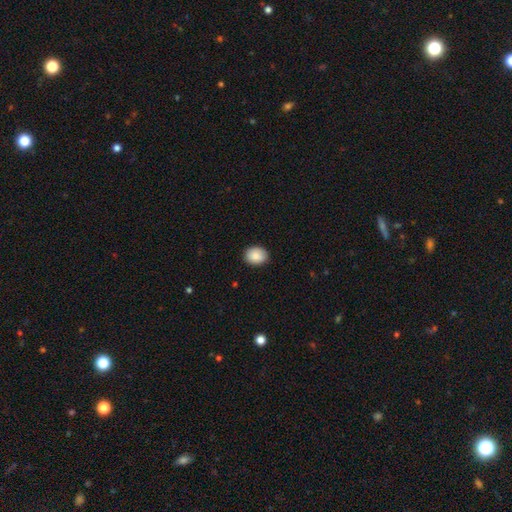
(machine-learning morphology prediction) Smooth or featured: smooth — 88% (star or artifact — 7%)
How rounded: in between — 57% (round — 42%)
Merging: none — 86% (minor disturbance — 11%)